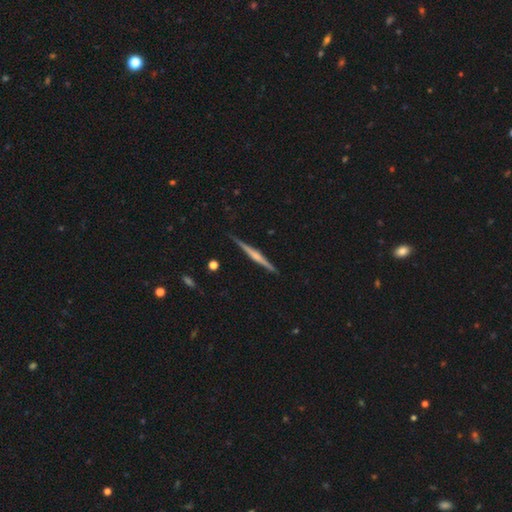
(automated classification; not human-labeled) This is likely a featured or disk galaxy (74%). It is clearly viewed edge-on (98%). Edge-on bulge: likely rounded (61%). Merging: clearly none (89%).